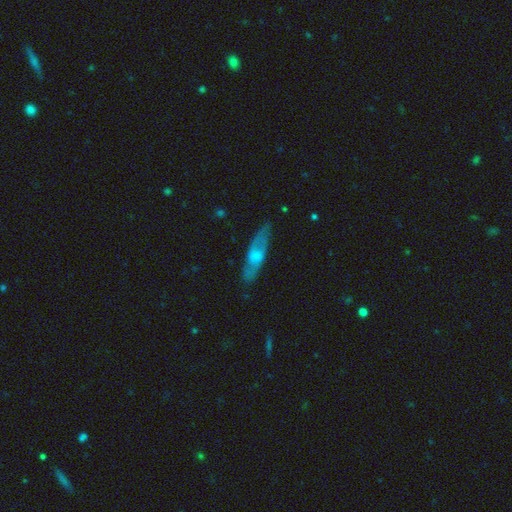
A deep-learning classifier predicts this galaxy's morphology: Overall: featured or disk (54%; smooth 39%). Edge-on disk: no (53%; yes 47%). Merging: none (79%).